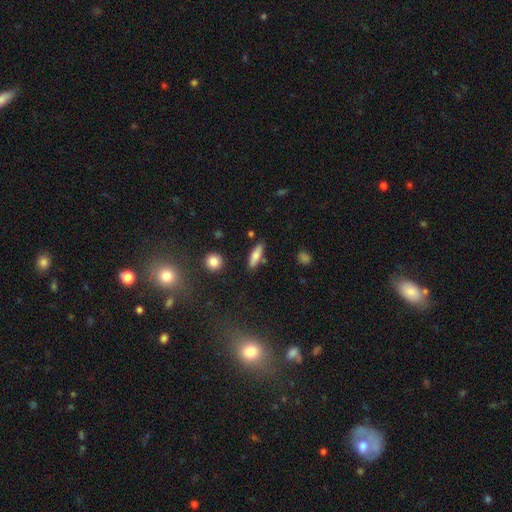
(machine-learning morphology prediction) Smooth or featured: smooth — 75% (featured or disk — 17%)
How rounded: cigar-shaped — 52% (in between — 45%)
Merging: none — 80% (minor disturbance — 12%)